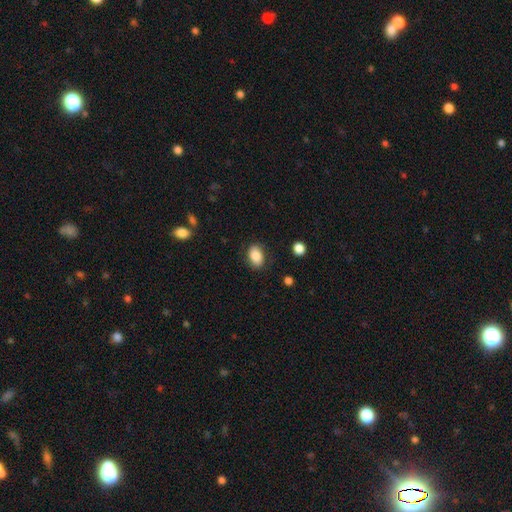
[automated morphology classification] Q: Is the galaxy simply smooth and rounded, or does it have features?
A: smooth — 86%.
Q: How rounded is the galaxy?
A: in between — 81%.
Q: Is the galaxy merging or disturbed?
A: none — 83%.